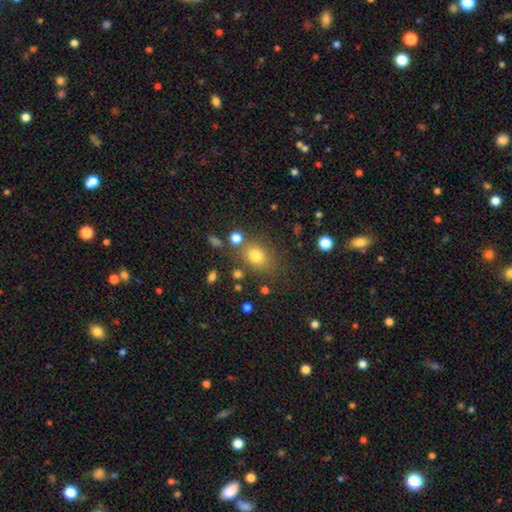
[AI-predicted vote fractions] smooth_or_featured: smooth (p=0.76) [alt: star or artifact p=0.14]
how_rounded: in between (p=0.54) [alt: round p=0.45]
merging: none (p=0.72) [alt: minor disturbance p=0.14]